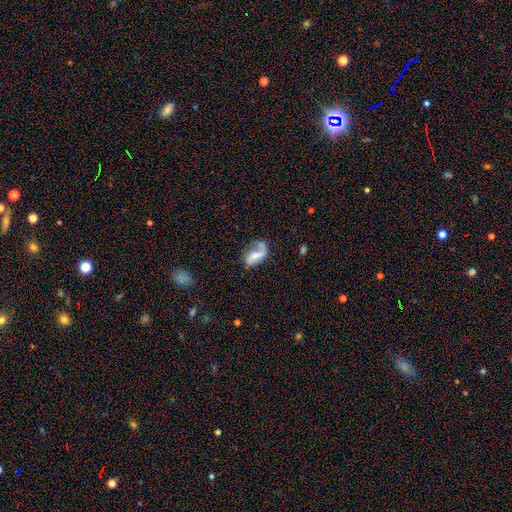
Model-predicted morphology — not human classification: Smooth or featured?
  - featured or disk: 54% *
  - smooth: 38%
  - star or artifact: 9%
Edge-on disk?
  - no: 95% *
  - yes: 5%
Bar?
  - no: 40% *
  - weak: 35%
  - strong: 26%
Spiral arms?
  - yes: 78% *
  - no: 22%
Bulge size?
  - small: 33% *
  - none: 30%
  - moderate: 26%
  - large: 8%
  - dominant: 2%
Merging?
  - none: 40% *
  - major disturbance: 26%
  - minor disturbance: 26%
  - merger: 8%